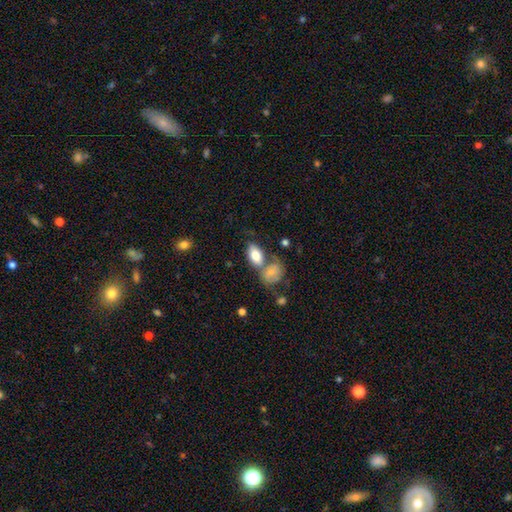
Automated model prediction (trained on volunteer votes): This appears to be a smooth galaxy with no disk features (77%) that is in between round and cigar-shaped (91%). Merging: none (40%, tied with merger).